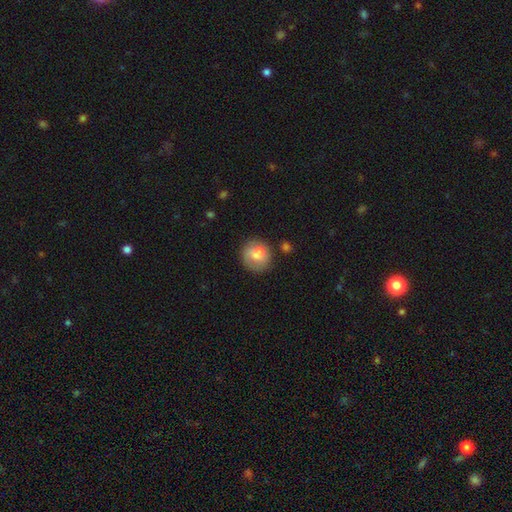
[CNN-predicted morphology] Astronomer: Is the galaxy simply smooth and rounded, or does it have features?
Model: smooth — 68%.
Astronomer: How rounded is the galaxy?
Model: round — 84%.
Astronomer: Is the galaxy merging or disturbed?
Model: none — 59%.